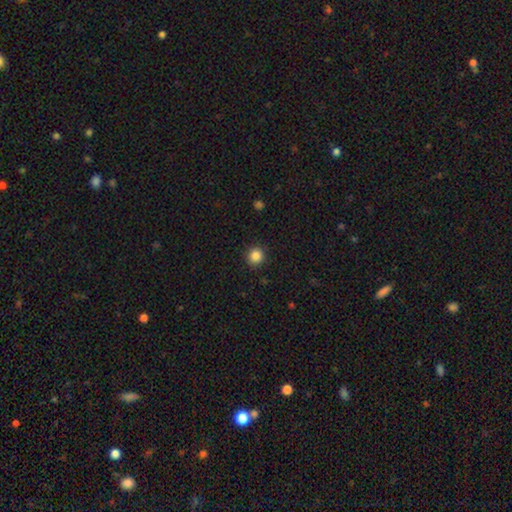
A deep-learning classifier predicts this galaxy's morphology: Smooth or featured? Predicted: smooth (p=0.86). How rounded? Predicted: round (p=0.91). Merging? Predicted: none (p=0.90).